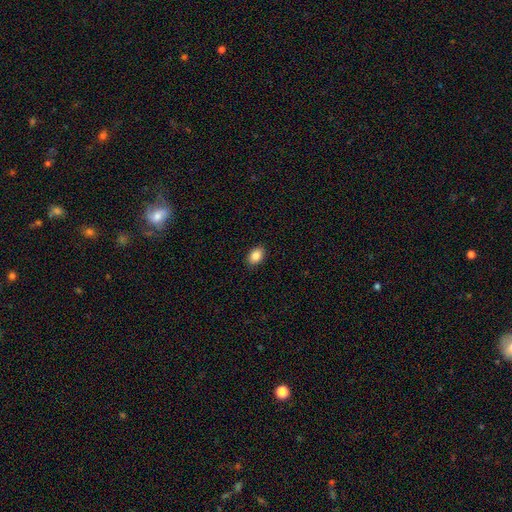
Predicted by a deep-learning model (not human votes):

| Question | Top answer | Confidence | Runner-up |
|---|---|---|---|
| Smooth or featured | smooth | 87% | star or artifact (8%) |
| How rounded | in between | 77% | round (22%) |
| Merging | none | 90% | minor disturbance (7%) |